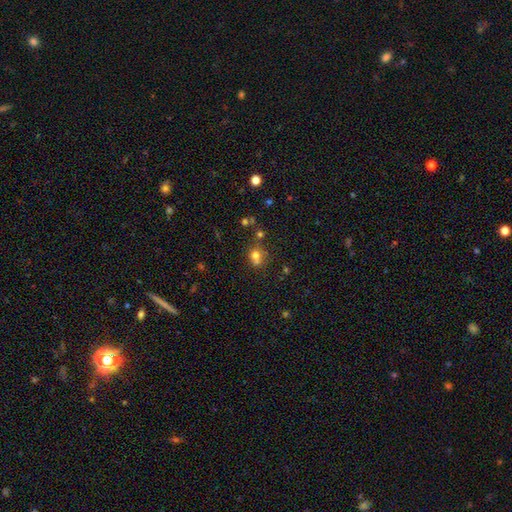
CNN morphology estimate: Smooth or featured: smooth — 69% (star or artifact — 17%)
How rounded: round — 76% (in between — 23%)
Merging: none — 44% (merger — 40%)